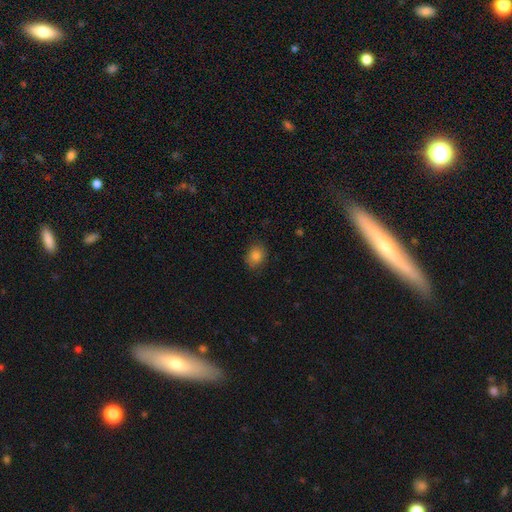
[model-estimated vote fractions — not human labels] The model was most divided on "how rounded": round: 52%, in between: 47%, cigar-shaped: 1%. More confident: smooth or featured — smooth (84%); merging — none (83%).